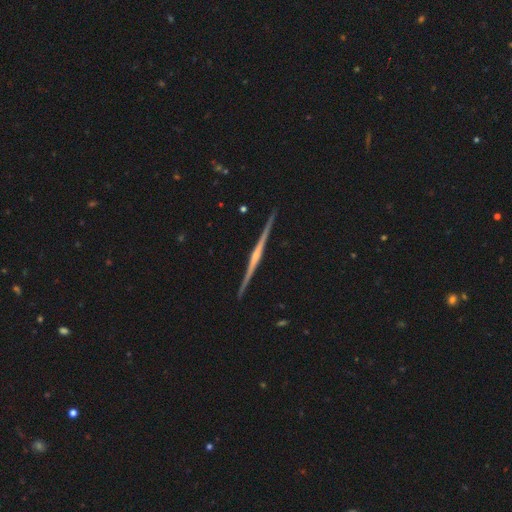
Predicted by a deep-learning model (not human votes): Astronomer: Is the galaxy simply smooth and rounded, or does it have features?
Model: featured or disk — 86%.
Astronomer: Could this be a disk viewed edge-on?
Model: yes — 99%.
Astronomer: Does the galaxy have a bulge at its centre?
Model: rounded — 64%.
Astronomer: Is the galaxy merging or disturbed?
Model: none — 92%.